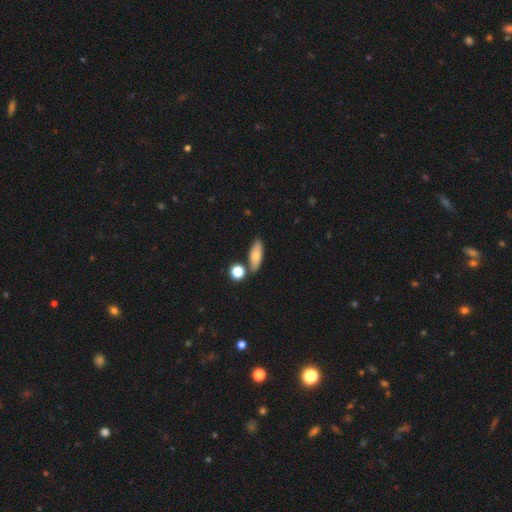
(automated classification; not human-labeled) The model was most divided on "how rounded": in between: 67%, cigar-shaped: 28%, round: 5%. More confident: smooth or featured — smooth (76%); merging — none (74%).